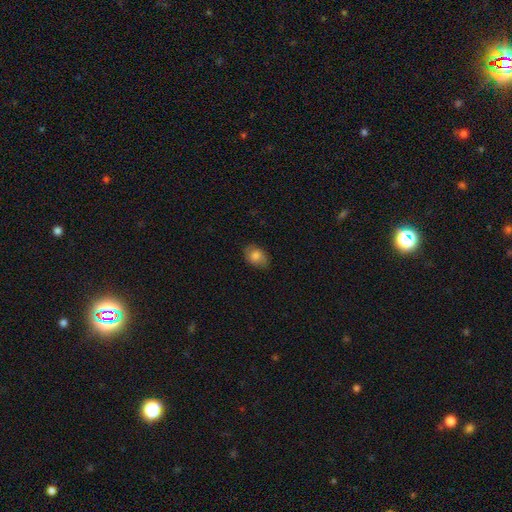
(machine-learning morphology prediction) Smooth or featured?
  - smooth: 78% *
  - featured or disk: 13%
  - star or artifact: 8%
How rounded?
  - in between: 77% *
  - round: 21%
  - cigar-shaped: 1%
Merging?
  - none: 80% *
  - minor disturbance: 16%
  - major disturbance: 3%
  - merger: 1%